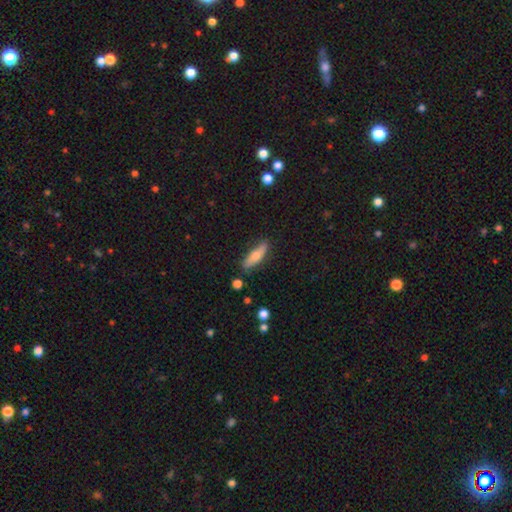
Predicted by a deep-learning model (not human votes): smooth-or-featured: smooth: 57% | featured or disk: 36% | star or artifact: 7%
  how-rounded: cigar-shaped: 59% | in between: 38% | round: 3%
  merging: none: 80% | minor disturbance: 15% | major disturbance: 3% | merger: 2%